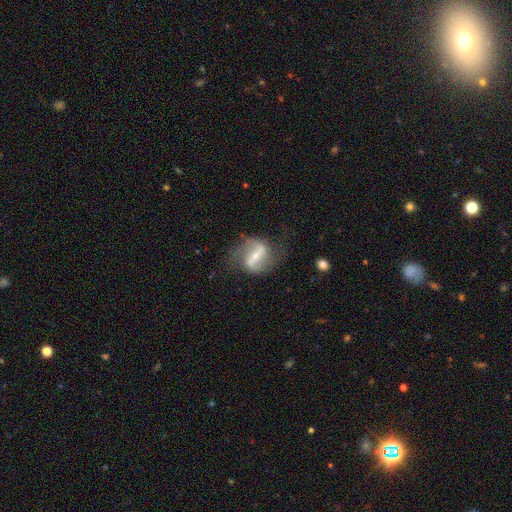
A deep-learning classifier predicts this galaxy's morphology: This is clearly a featured or disk galaxy (81%). It is clearly not viewed edge-on (95%). Bar: likely strong (64%). Spiral arm pattern: clearly yes (87%). Spiral arm count: clearly 2 (90%). Spiral winding: likely loose (66%). Central bulge: possibly small (60%). Merging: likely none (68%).